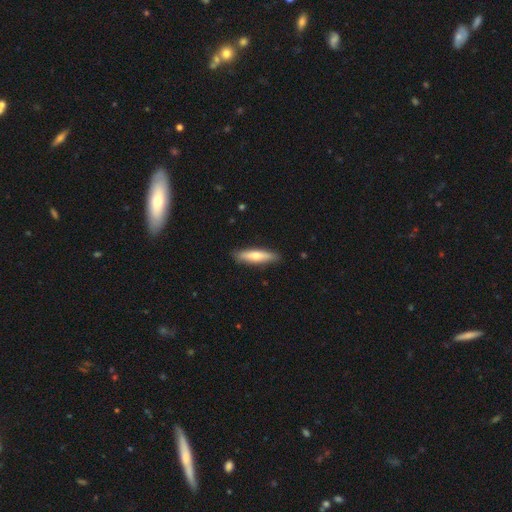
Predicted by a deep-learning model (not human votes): This is likely a smooth galaxy (63%). How rounded: likely cigar-shaped (76%). Merging: clearly none (88%).